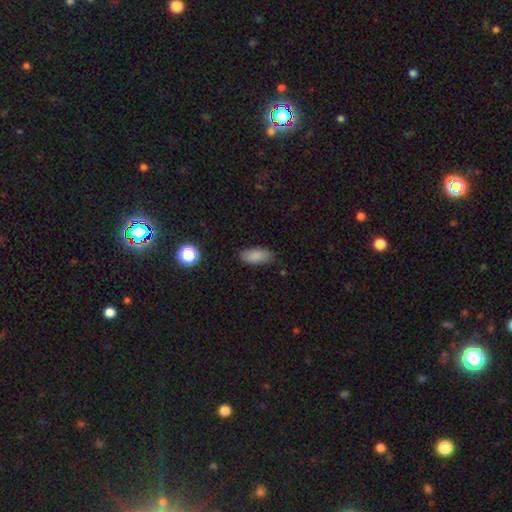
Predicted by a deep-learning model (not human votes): smooth_or_featured: smooth (p=0.86) [alt: star or artifact p=0.08]
how_rounded: in between (p=0.86) [alt: cigar-shaped p=0.12]
merging: none (p=0.84) [alt: minor disturbance p=0.12]